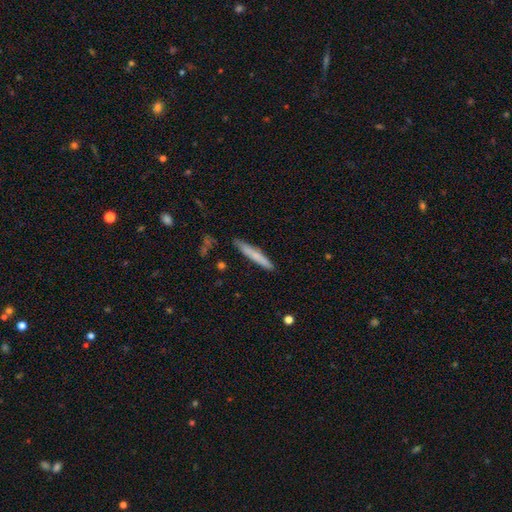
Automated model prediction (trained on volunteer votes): This appears to be a smooth galaxy with no disk features (70%) that is cigar-shaped (95%). Merging: none (87%).